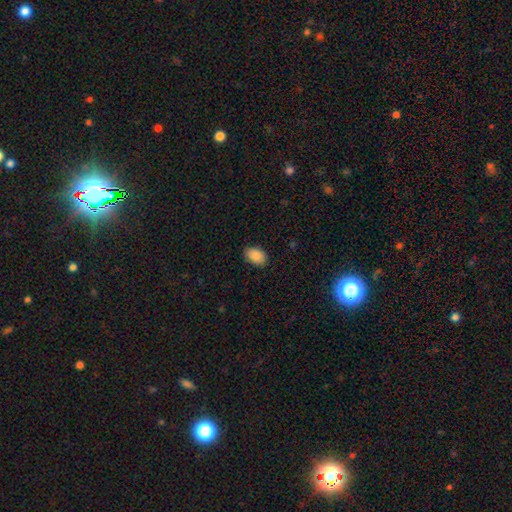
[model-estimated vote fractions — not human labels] smooth-or-featured: smooth: 89% | star or artifact: 7% | featured or disk: 4%
  how-rounded: in between: 86% | round: 13% | cigar-shaped: 1%
  merging: none: 86% | minor disturbance: 11% | major disturbance: 2% | merger: 1%